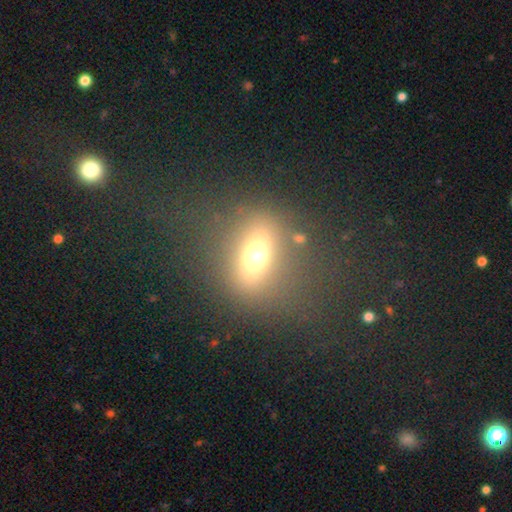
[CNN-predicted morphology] Smooth or featured?
  - smooth: 54% *
  - featured or disk: 29%
  - star or artifact: 17%
How rounded?
  - in between: 62% *
  - round: 25%
  - cigar-shaped: 13%
Merging?
  - none: 71% *
  - minor disturbance: 13%
  - major disturbance: 13%
  - merger: 4%